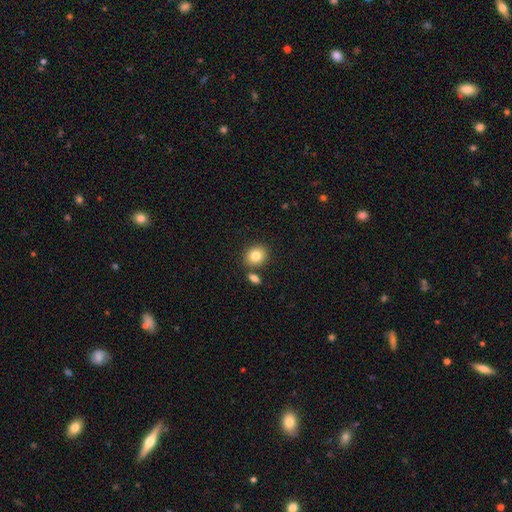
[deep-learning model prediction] smooth_or_featured: smooth (p=0.82) [alt: star or artifact p=0.09]
how_rounded: round (p=0.66) [alt: in between p=0.33]
merging: none (p=0.76) [alt: merger p=0.12]